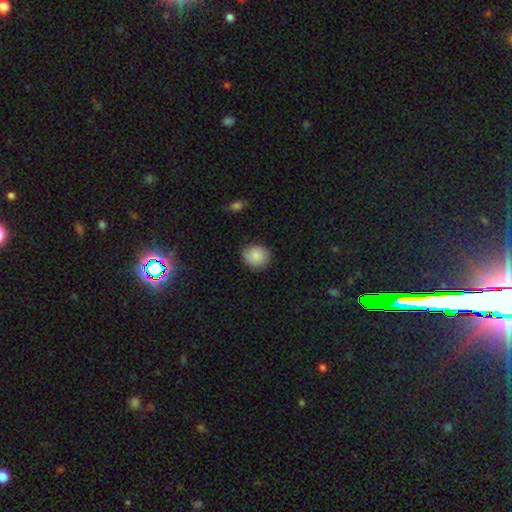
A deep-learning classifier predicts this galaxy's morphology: A smooth galaxy with no disk features (84%) that is round (76%). Merging: none (80%).